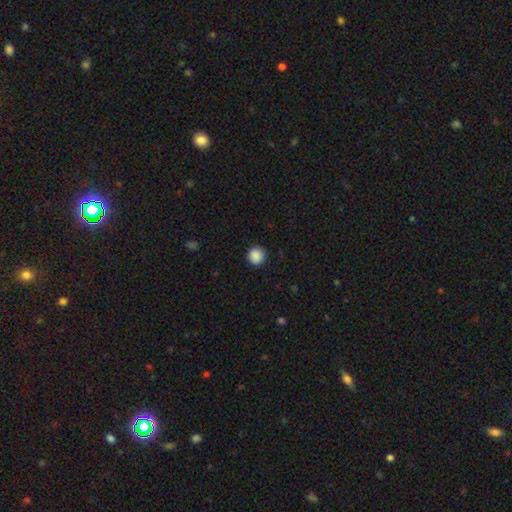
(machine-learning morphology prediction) Q: Smooth or featured?
A: smooth (88%); runner-up: star or artifact (9%)
Q: How rounded?
A: round (94%); runner-up: in between (5%)
Q: Merging?
A: none (91%); runner-up: minor disturbance (6%)